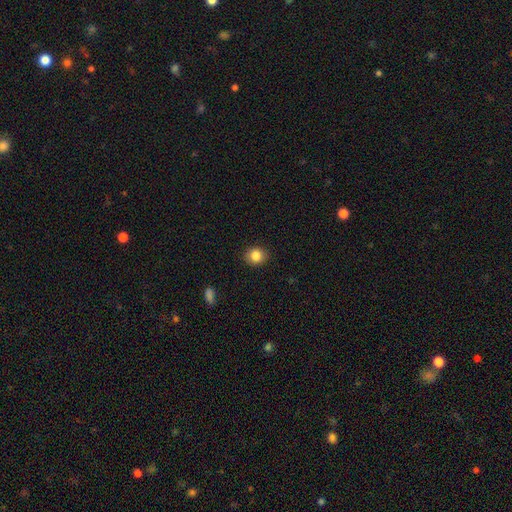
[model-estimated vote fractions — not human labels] smooth_or_featured: smooth (p=0.85) [alt: star or artifact p=0.10]
how_rounded: round (p=0.75) [alt: in between p=0.24]
merging: none (p=0.89) [alt: minor disturbance p=0.08]